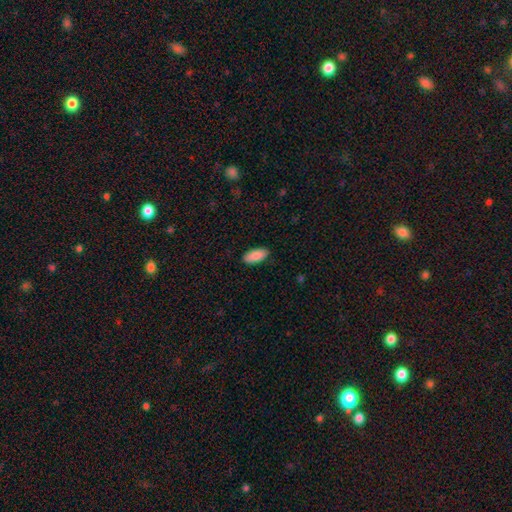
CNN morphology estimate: A smooth galaxy with no disk features (90%) that is in between round and cigar-shaped (90%). Merging: none (89%).